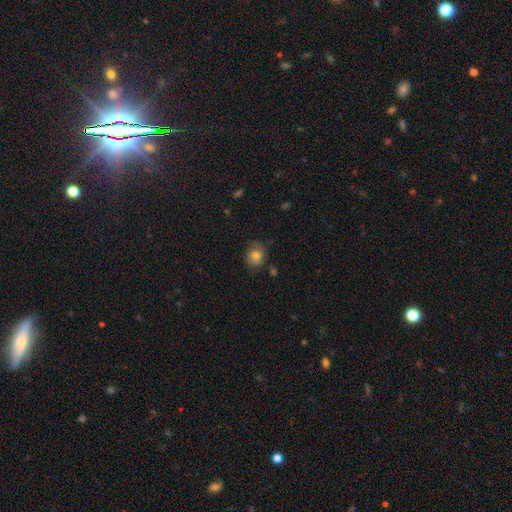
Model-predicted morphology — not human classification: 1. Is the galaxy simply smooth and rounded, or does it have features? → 74% smooth, 15% featured or disk, 10% star or artifact.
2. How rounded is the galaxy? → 71% round, 28% in between, 1% cigar-shaped.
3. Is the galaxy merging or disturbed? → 70% none, 22% minor disturbance, 6% major disturbance, 3% merger.